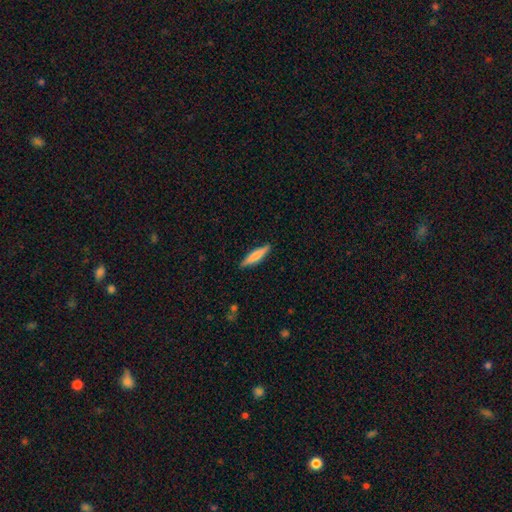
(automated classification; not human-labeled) Q: Smooth or featured?
A: smooth (66%); runner-up: featured or disk (28%)
Q: How rounded?
A: cigar-shaped (85%); runner-up: in between (14%)
Q: Merging?
A: none (89%); runner-up: minor disturbance (8%)